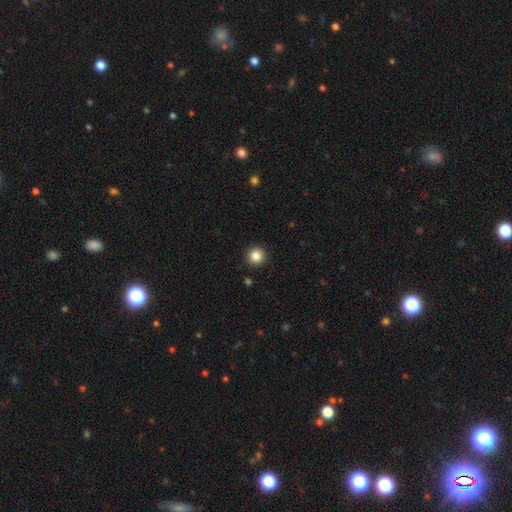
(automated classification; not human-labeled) This is clearly a smooth galaxy (85%). How rounded: clearly round (95%). Merging: clearly none (93%).